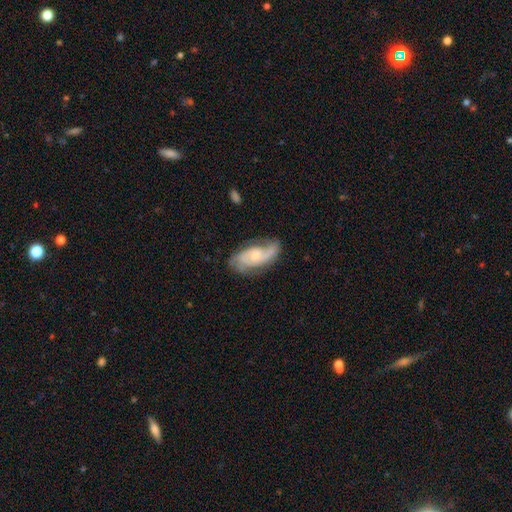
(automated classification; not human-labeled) Overall: featured or disk (78%). Edge-on disk: no (95%). Bar: no (62%; weak 32%). Spiral arms: yes (94%). Spiral arm count: 2 (70%). Spiral winding: medium (46%; tight 33%). Bulge size: small (53%; moderate 36%). Merging: none (66%).